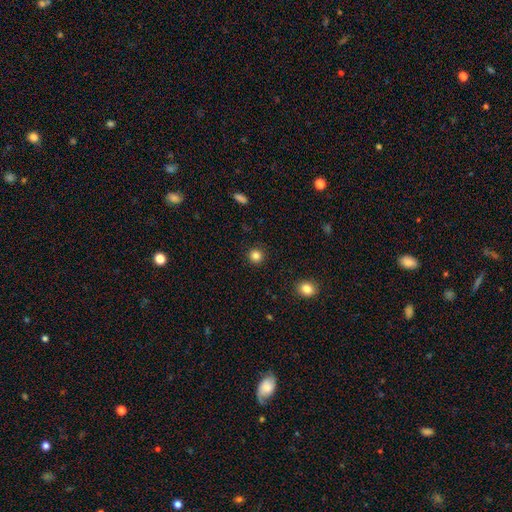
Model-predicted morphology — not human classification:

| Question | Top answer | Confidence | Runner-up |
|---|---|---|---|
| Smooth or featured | smooth | 84% | star or artifact (12%) |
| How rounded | round | 93% | in between (6%) |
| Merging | none | 92% | minor disturbance (5%) |